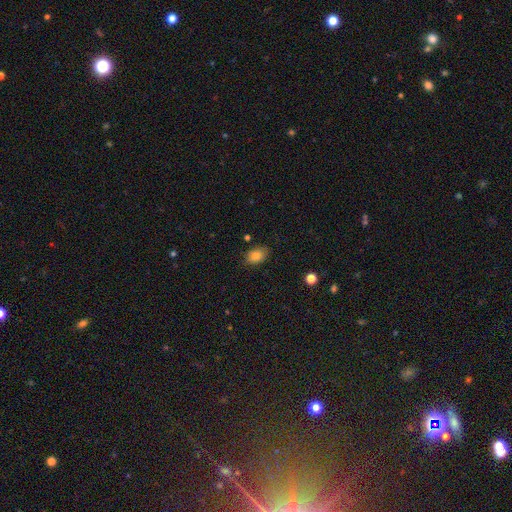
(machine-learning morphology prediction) Q: Smooth or featured?
A: smooth (81%); runner-up: star or artifact (10%)
Q: How rounded?
A: in between (81%); runner-up: round (18%)
Q: Merging?
A: none (79%); runner-up: minor disturbance (16%)